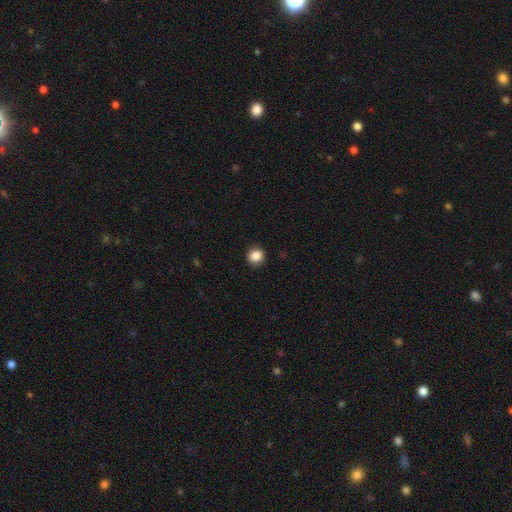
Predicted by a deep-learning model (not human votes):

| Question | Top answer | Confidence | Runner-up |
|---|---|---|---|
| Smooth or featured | smooth | 86% | star or artifact (10%) |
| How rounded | round | 90% | in between (10%) |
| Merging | none | 91% | minor disturbance (7%) |